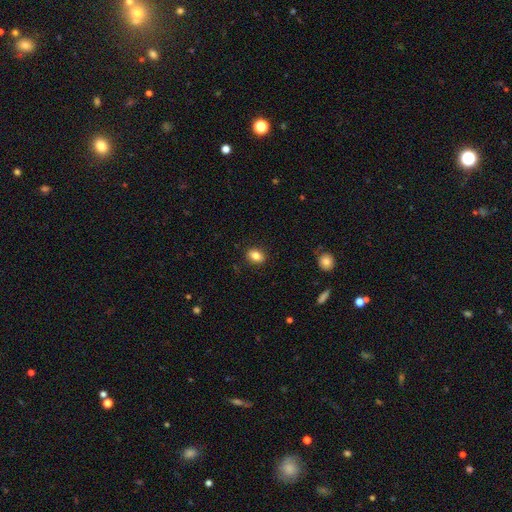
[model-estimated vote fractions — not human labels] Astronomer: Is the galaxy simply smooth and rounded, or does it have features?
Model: smooth — 83%.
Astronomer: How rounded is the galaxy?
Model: in between — 71%.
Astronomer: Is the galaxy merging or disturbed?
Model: none — 87%.